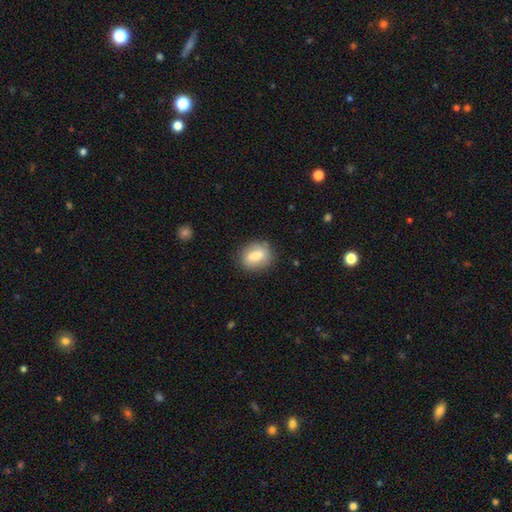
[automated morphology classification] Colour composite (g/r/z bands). It shows a smooth galaxy with no disk features (76%) that is in between round and cigar-shaped (66%). Merging: none (77%).